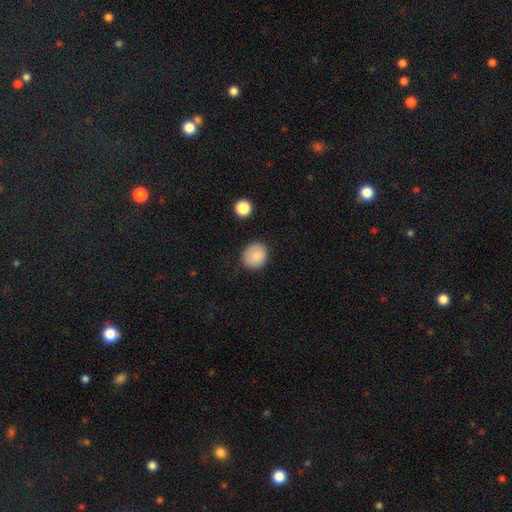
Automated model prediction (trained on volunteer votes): Q: Smooth or featured?
A: smooth (84%); runner-up: star or artifact (8%)
Q: How rounded?
A: round (76%); runner-up: in between (23%)
Q: Merging?
A: none (86%); runner-up: minor disturbance (10%)